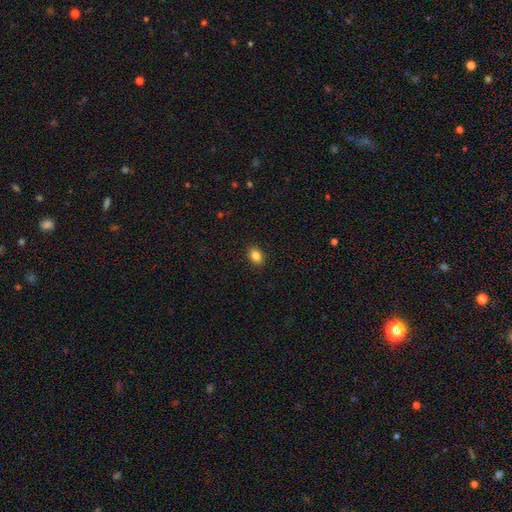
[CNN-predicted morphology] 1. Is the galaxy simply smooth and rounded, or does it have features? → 86% smooth, 10% star or artifact, 5% featured or disk.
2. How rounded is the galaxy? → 67% in between, 32% round, 1% cigar-shaped.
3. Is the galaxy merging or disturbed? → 90% none, 7% minor disturbance, 2% major disturbance, 1% merger.